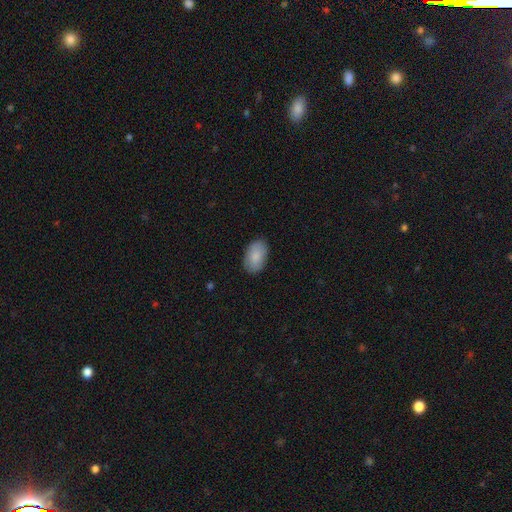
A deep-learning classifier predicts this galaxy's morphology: Q: Smooth or featured?
A: smooth (87%); runner-up: featured or disk (7%)
Q: How rounded?
A: in between (92%); runner-up: round (6%)
Q: Merging?
A: none (87%); runner-up: minor disturbance (10%)